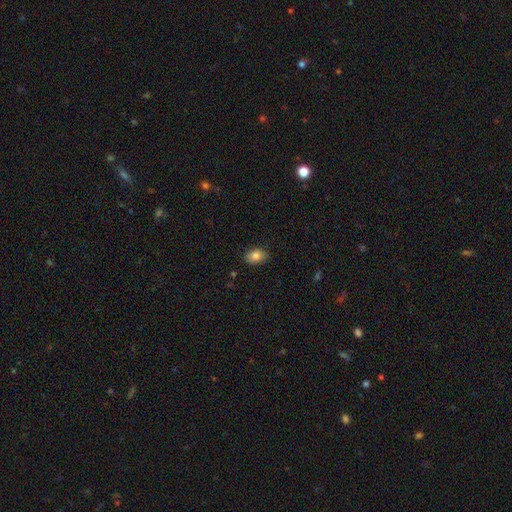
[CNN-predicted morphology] This is clearly a smooth galaxy (83%). How rounded: likely in between (80%). Merging: clearly none (85%).